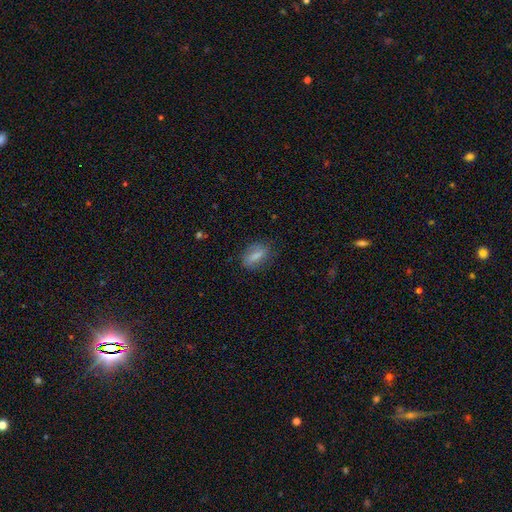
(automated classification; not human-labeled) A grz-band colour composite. It shows a smooth galaxy with no disk features (76%) that is in between round and cigar-shaped (75%). Merging: none (74%).